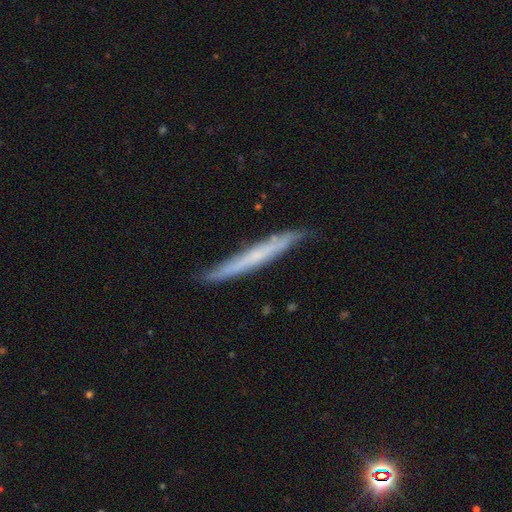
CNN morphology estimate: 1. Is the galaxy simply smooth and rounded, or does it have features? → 52% featured or disk, 41% smooth, 6% star or artifact.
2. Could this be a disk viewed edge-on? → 89% yes, 11% no.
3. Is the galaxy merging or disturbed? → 82% none, 14% minor disturbance, 2% major disturbance, 1% merger.